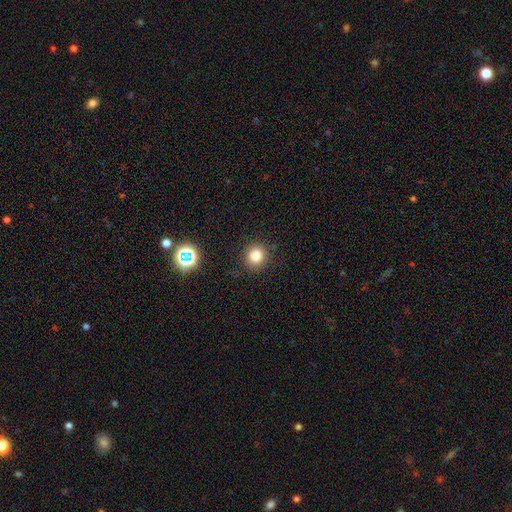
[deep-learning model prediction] A smooth galaxy with no disk features (79%) that is round (90%). Merging: none (89%).